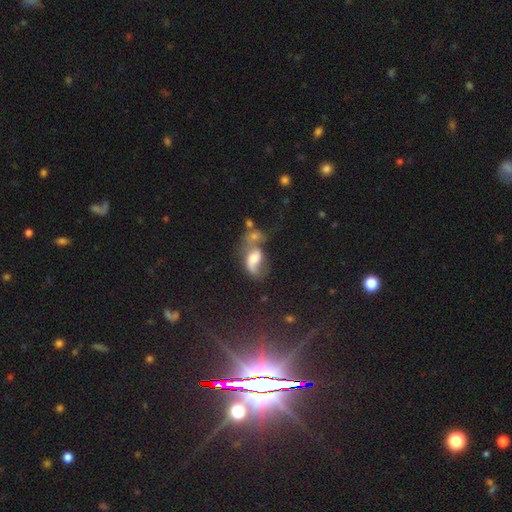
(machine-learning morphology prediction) This appears to be a featured or disk galaxy (41%). Merging: merger (35%).